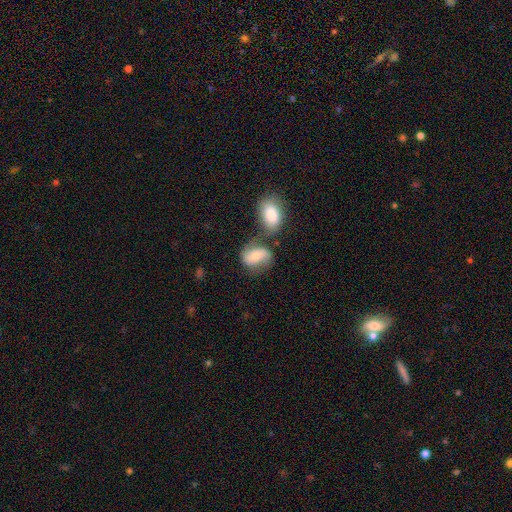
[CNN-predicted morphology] Smooth or featured: smooth — 56% (featured or disk — 36%)
How rounded: in between — 79% (round — 18%)
Merging: merger — 38% (none — 36%)